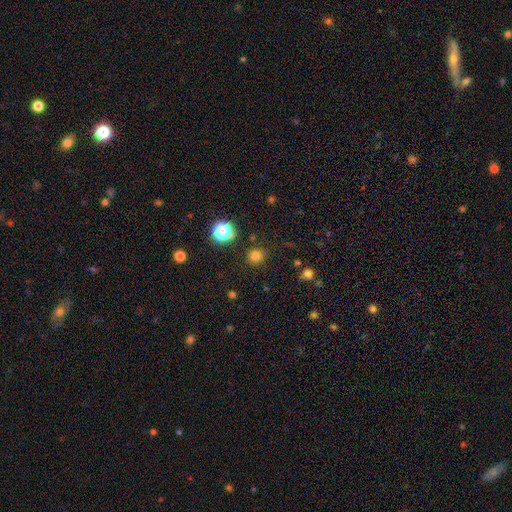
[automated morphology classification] The model was most divided on "smooth or featured": smooth: 76%, star or artifact: 19%, featured or disk: 5%. More confident: how rounded — round (88%); merging — none (87%).